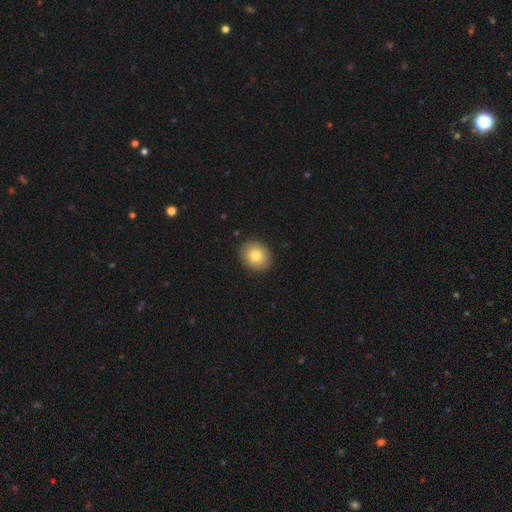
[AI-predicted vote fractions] This is clearly a smooth galaxy (81%). How rounded: likely round (67%). Merging: clearly none (90%).